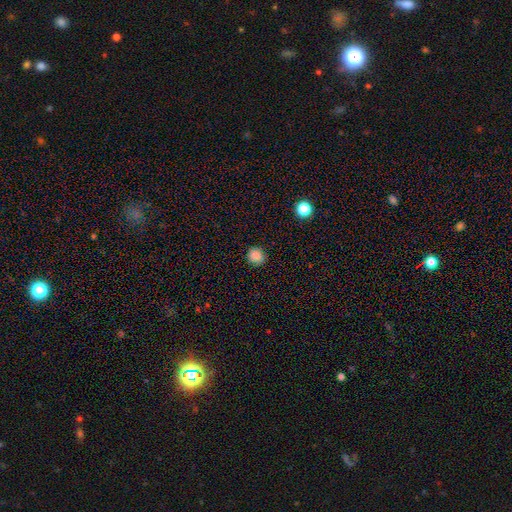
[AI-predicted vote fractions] This appears to be a smooth galaxy with no disk features (86%) that is round (87%). Merging: none (88%).